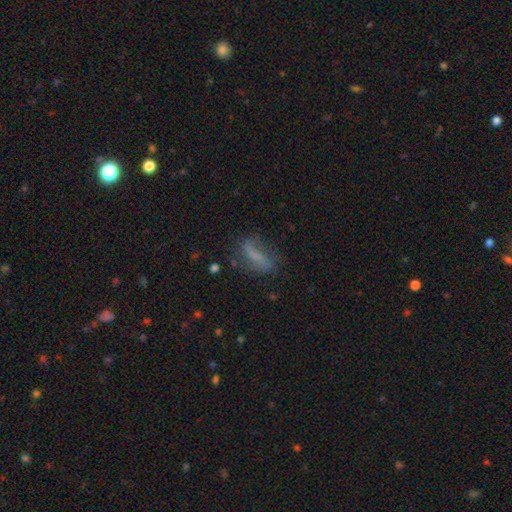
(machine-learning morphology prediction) A smooth galaxy with no disk features (46%).

Vote fractions:
- Smooth or featured? smooth: 46% / featured or disk: 42% / star or artifact: 12%
- Merging? none: 55% / minor disturbance: 25% / major disturbance: 16% / merger: 4%